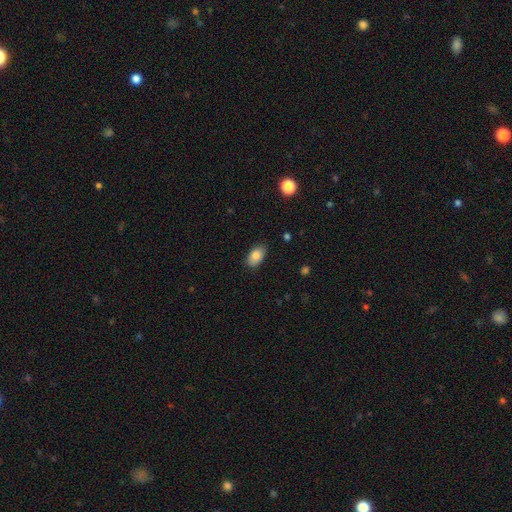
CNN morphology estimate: A smooth galaxy with no disk features (86%) that is in between round and cigar-shaped (93%). Merging: none (83%).